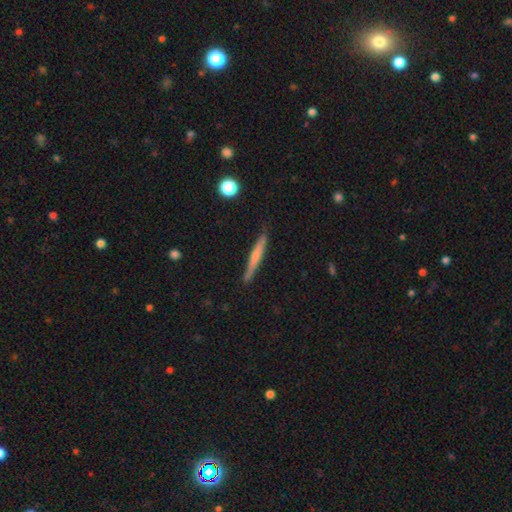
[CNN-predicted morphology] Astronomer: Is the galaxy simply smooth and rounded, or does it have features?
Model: featured or disk — 48% (runner-up: smooth, 46%).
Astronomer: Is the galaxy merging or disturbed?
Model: none — 87%.